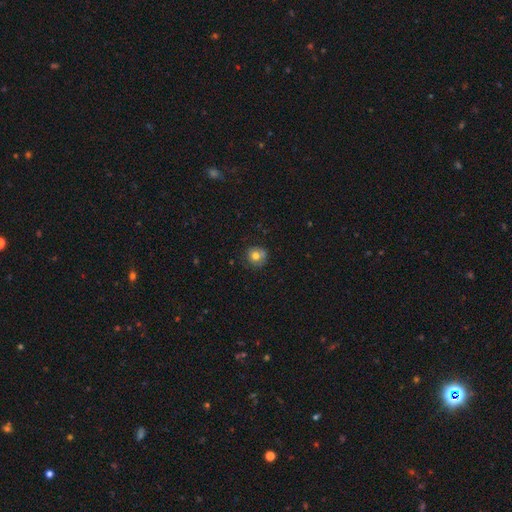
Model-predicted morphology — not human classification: The model was most divided on "smooth or featured": smooth: 73%, featured or disk: 17%, star or artifact: 10%. More confident: how rounded — round (89%); merging — none (77%).